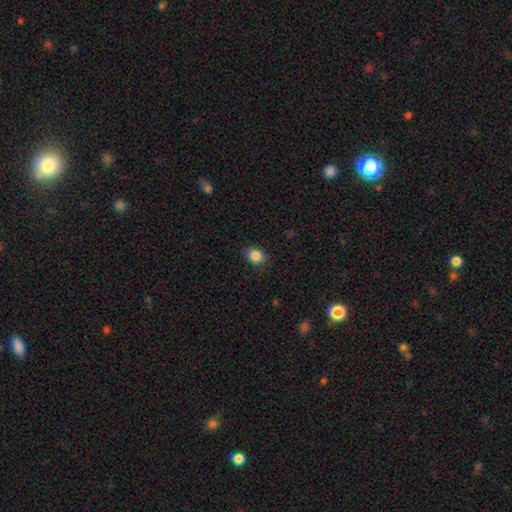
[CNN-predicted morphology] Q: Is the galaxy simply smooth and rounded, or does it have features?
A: smooth — 86%.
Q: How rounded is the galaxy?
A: in between — 58%.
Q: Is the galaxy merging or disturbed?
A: none — 81%.